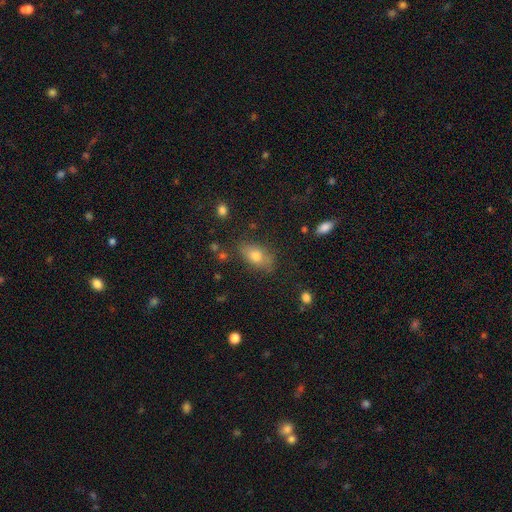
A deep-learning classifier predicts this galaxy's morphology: type=smooth (72%); roundness=in between (84%); merging=none (75%).